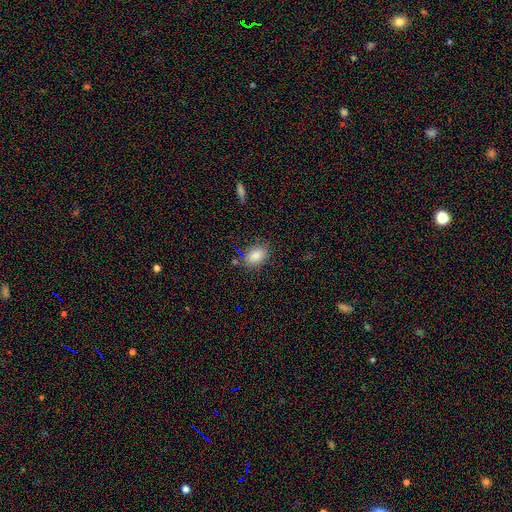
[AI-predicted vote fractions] Overall: smooth (85%). How rounded: in between (86%). Merging: none (77%).